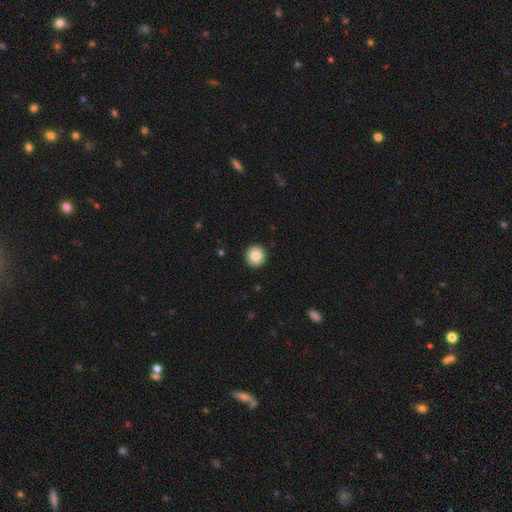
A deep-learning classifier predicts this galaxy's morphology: smooth_or_featured: smooth (p=0.84) [alt: star or artifact p=0.09]
how_rounded: round (p=0.96) [alt: in between p=0.03]
merging: none (p=0.93) [alt: minor disturbance p=0.04]